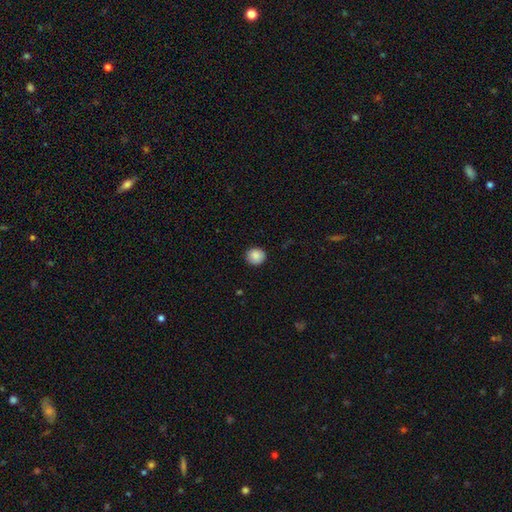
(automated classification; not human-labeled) The model was most divided on "how rounded": round: 88%, in between: 11%, cigar-shaped: 1%. More confident: merging — none (88%); smooth or featured — smooth (87%).